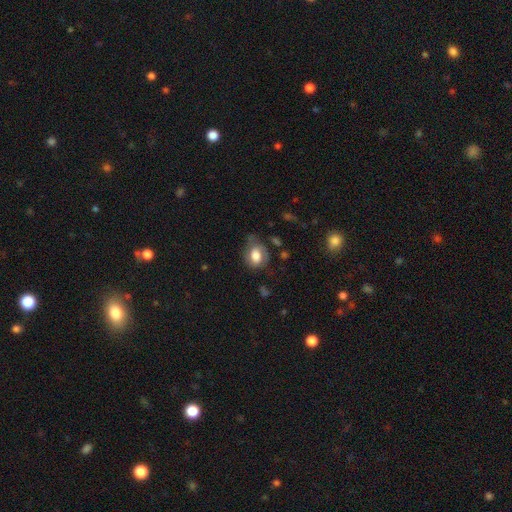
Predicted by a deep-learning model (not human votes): smooth_or_featured: smooth (p=0.66) [alt: featured or disk p=0.26]
how_rounded: in between (p=0.61) [alt: round p=0.38]
merging: none (p=0.49) [alt: minor disturbance p=0.31]